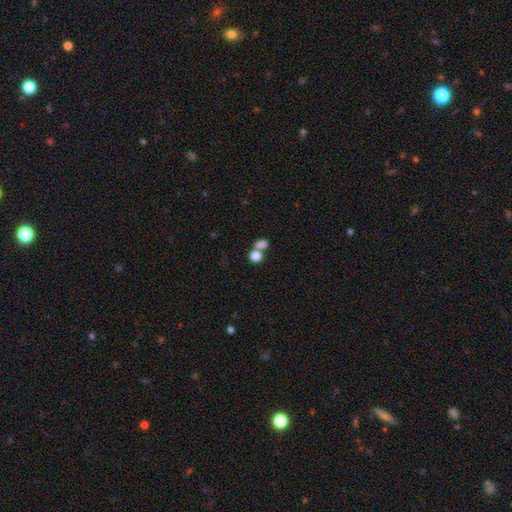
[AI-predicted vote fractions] Morphology: type=smooth (81%); roundness=round (65%); merging=merger (53%).